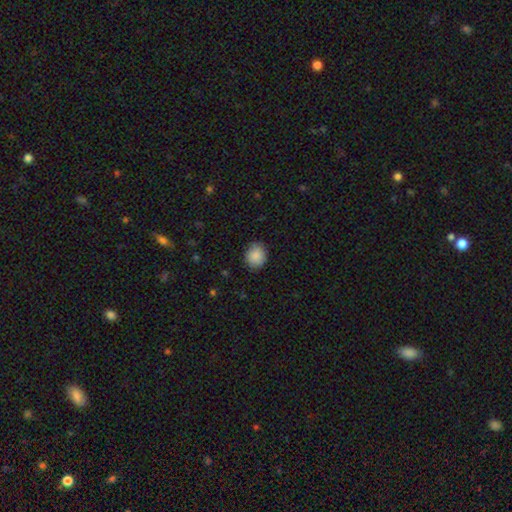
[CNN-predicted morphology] smooth-or-featured: smooth: 88% | star or artifact: 8% | featured or disk: 5%
  how-rounded: round: 72% | in between: 27% | cigar-shaped: 1%
  merging: none: 84% | minor disturbance: 13% | major disturbance: 3% | merger: 1%